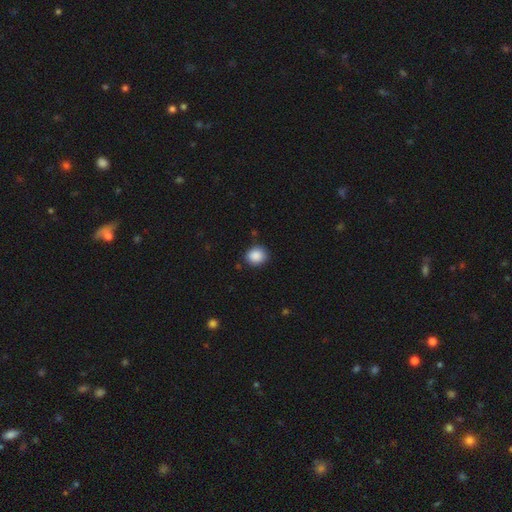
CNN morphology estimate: type=smooth (88%); roundness=round (72%); merging=none (85%).